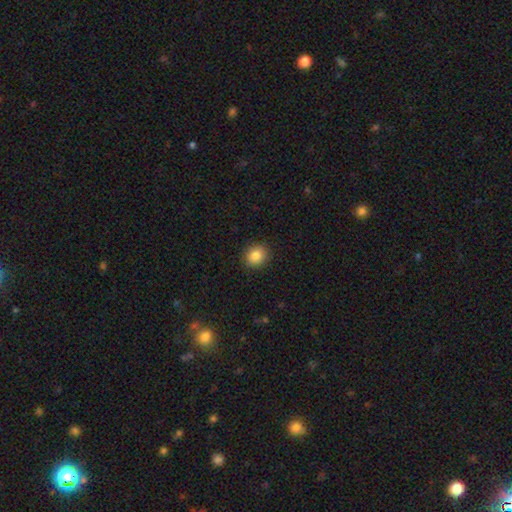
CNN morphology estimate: smooth_or_featured: smooth (p=0.84) [alt: star or artifact p=0.10]
how_rounded: round (p=0.80) [alt: in between p=0.19]
merging: none (p=0.90) [alt: minor disturbance p=0.07]